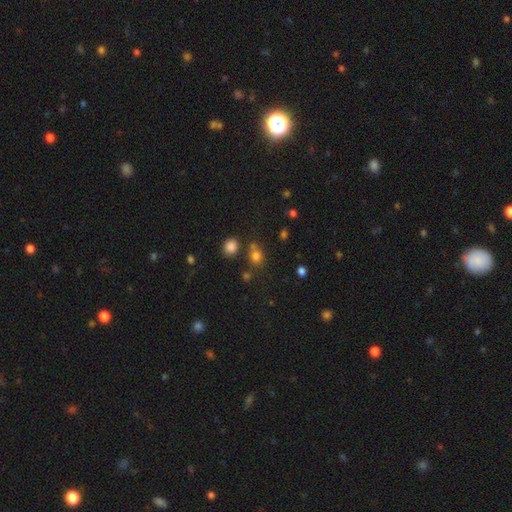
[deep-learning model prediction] Smooth or featured? Predicted: smooth (p=0.76). How rounded? Predicted: round (p=0.62). Merging? Predicted: none (p=0.62).